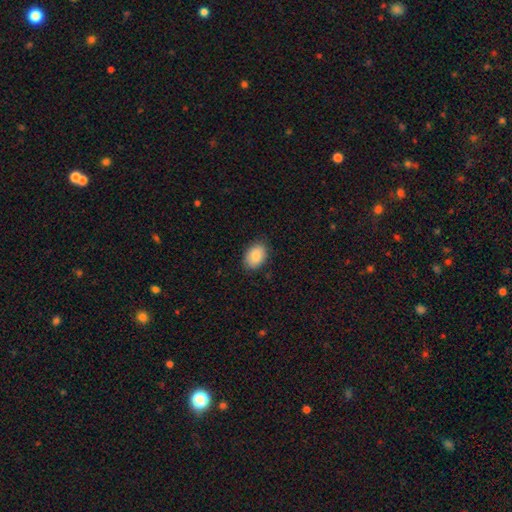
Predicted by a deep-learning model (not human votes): Smooth or featured? smooth (86%)
How rounded? in between (81%)
Merging? none (86%)